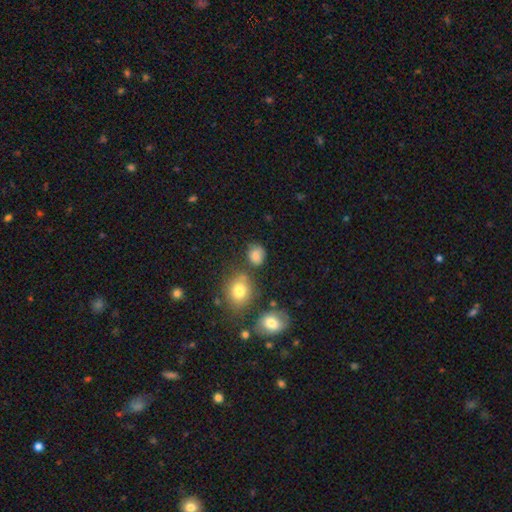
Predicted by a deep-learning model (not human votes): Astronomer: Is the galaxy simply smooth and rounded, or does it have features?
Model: smooth — 79%.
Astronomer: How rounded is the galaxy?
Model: round — 63%.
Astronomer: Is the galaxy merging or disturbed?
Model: none — 68%.